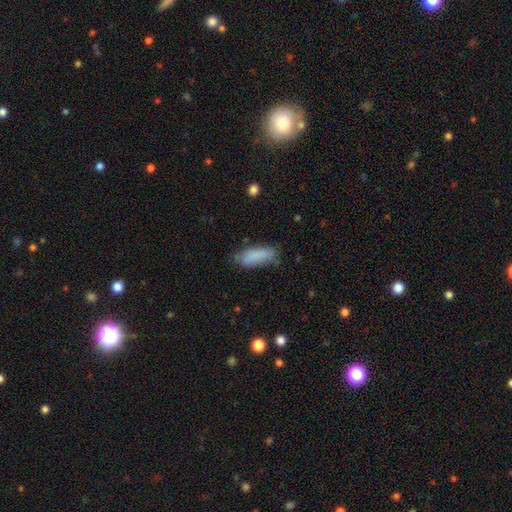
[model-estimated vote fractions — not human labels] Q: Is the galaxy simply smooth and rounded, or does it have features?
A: smooth — 85%.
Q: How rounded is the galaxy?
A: in between — 66%.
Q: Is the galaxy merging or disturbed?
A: none — 69%.